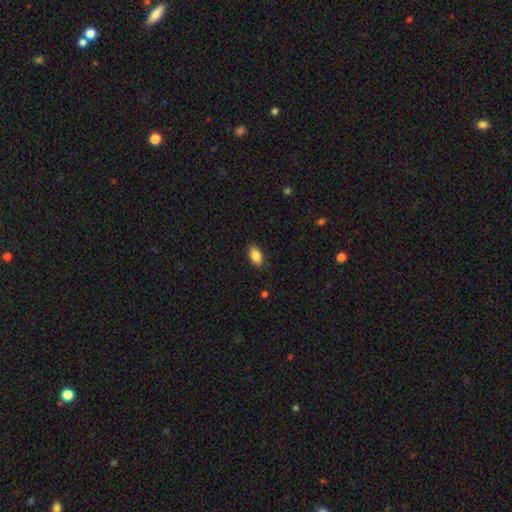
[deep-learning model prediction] This is clearly a smooth galaxy (86%). How rounded: clearly in between (92%). Merging: clearly none (87%).